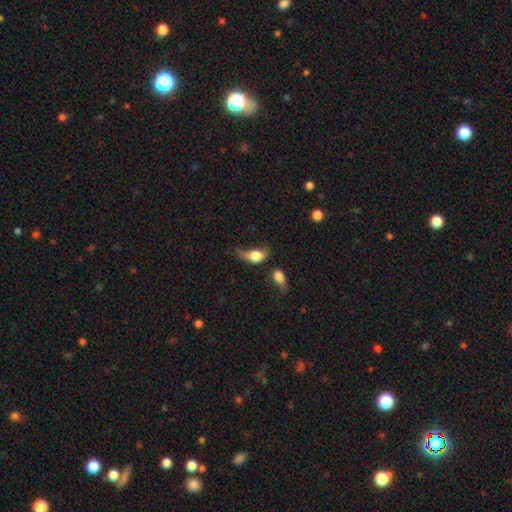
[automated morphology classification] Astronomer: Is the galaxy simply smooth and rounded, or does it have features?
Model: smooth — 72%.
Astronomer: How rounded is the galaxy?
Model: in between — 75%.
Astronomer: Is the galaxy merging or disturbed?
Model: major disturbance — 42% (runner-up: minor disturbance, 24%).